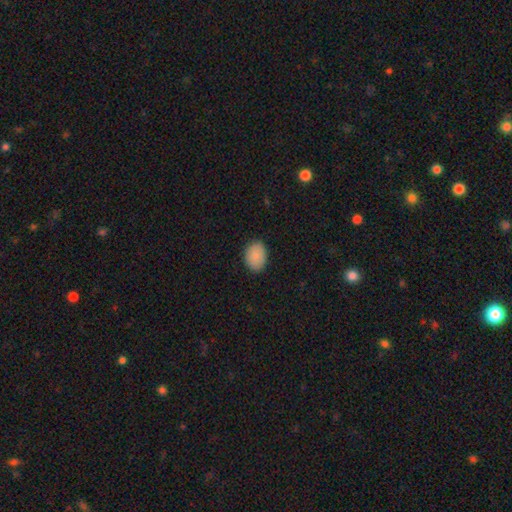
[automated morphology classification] This appears to be a smooth galaxy with no disk features (88%) that is in between round and cigar-shaped (74%). Merging: none (87%).